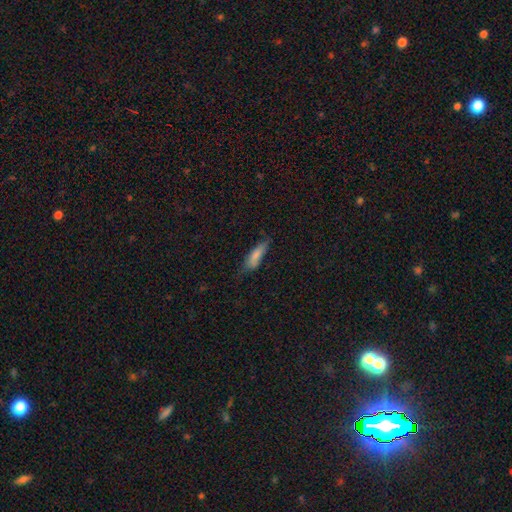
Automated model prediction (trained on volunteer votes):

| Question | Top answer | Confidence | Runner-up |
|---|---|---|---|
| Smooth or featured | smooth | 76% | featured or disk (17%) |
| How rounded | cigar-shaped | 51% | in between (47%) |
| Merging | none | 57% | minor disturbance (32%) |